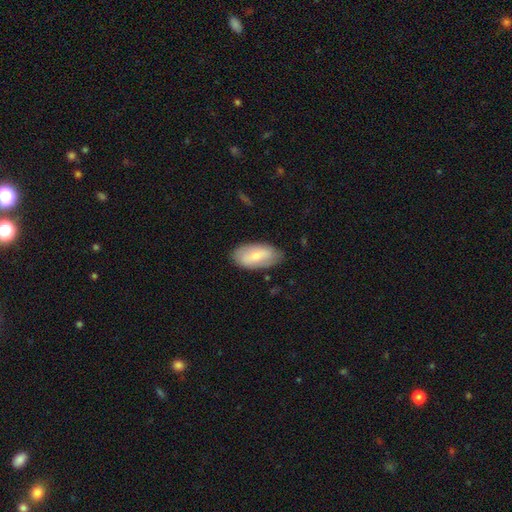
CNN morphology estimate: This appears to be a smooth galaxy with no disk features (65%) that is in between round and cigar-shaped (94%). Merging: none (77%).